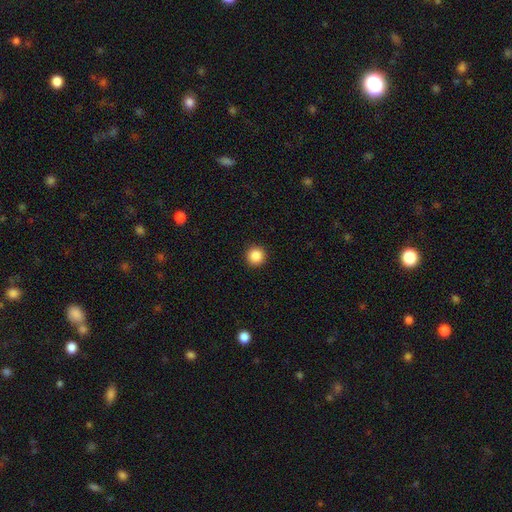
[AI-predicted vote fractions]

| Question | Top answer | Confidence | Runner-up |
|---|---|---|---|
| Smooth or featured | smooth | 87% | star or artifact (10%) |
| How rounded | round | 96% | in between (3%) |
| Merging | none | 93% | minor disturbance (4%) |